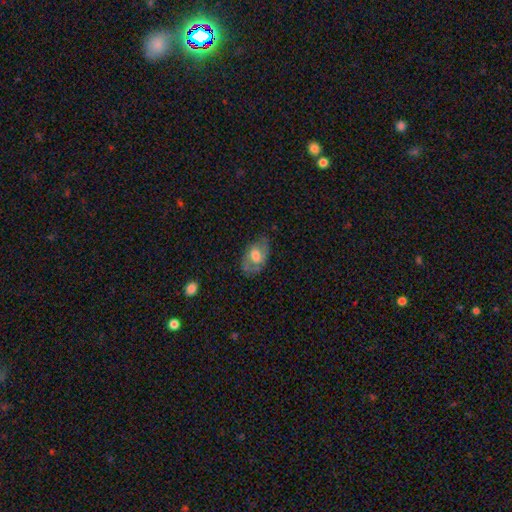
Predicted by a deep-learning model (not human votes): smooth_or_featured: featured or disk (p=0.50) [alt: smooth p=0.43]
merging: none (p=0.64) [alt: minor disturbance p=0.25]